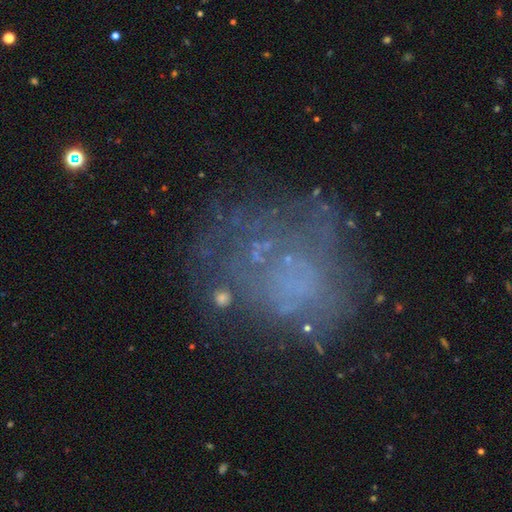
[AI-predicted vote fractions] Smooth or featured? featured or disk (49%)
Merging? none (52%)